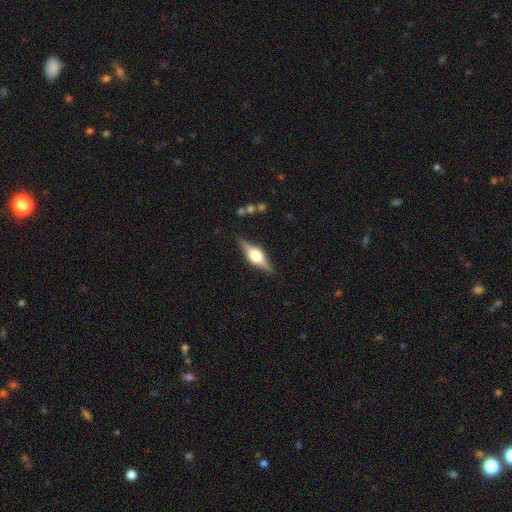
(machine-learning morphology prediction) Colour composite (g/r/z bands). It shows a featured or disk galaxy (75%) viewed edge-on (96%) with a rounded central bulge (92%). Merging: none (86%).